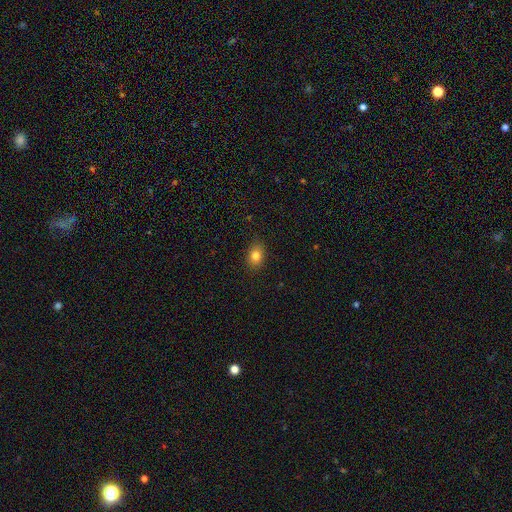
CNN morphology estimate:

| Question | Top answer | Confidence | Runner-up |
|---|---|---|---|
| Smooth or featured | smooth | 81% | star or artifact (11%) |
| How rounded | in between | 68% | round (30%) |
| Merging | none | 88% | minor disturbance (9%) |